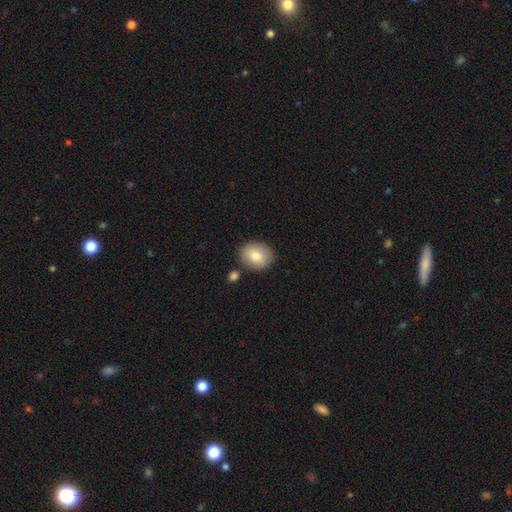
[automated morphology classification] smooth_or_featured: smooth (p=0.81) [alt: featured or disk p=0.12]
how_rounded: round (p=0.57) [alt: in between p=0.42]
merging: none (p=0.81) [alt: minor disturbance p=0.10]